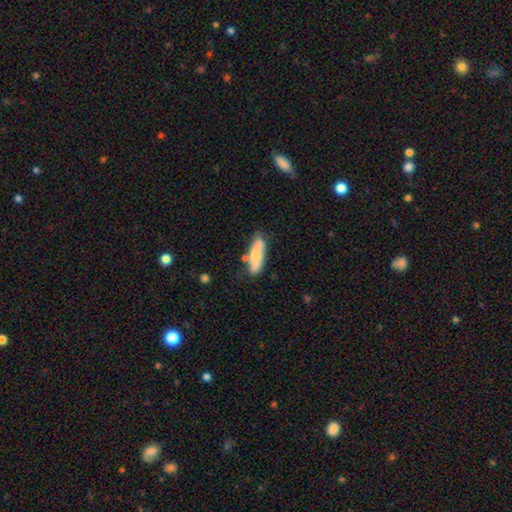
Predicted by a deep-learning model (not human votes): smooth_or_featured: smooth (p=0.68) [alt: featured or disk p=0.26]
how_rounded: in between (p=0.60) [alt: cigar-shaped p=0.38]
merging: none (p=0.69) [alt: minor disturbance p=0.20]